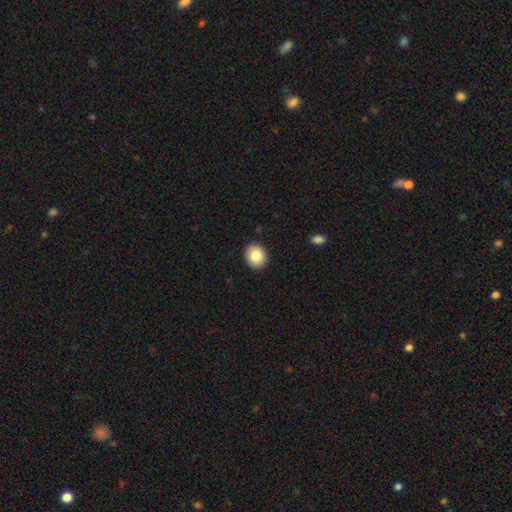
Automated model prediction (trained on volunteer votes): Overall: smooth (84%). How rounded: round (71%). Merging: none (91%).